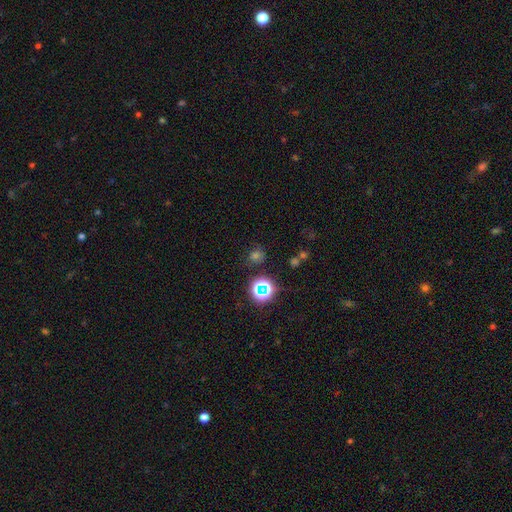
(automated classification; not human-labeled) Overall: smooth (50%; star or artifact 42%). Merging: none (80%).